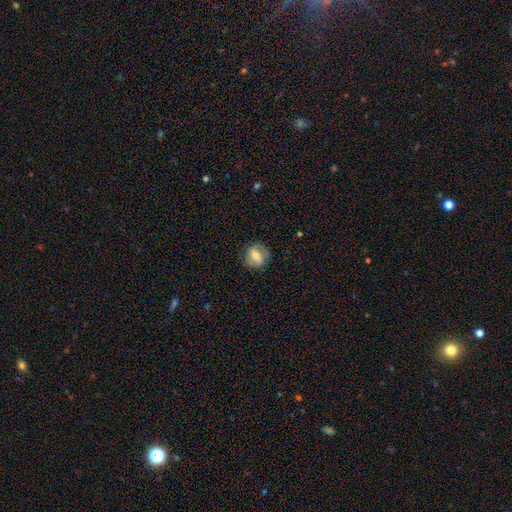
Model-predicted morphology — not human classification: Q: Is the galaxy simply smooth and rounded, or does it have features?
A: featured or disk — 52%.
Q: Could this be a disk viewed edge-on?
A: no — 93%.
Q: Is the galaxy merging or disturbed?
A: none — 79%.